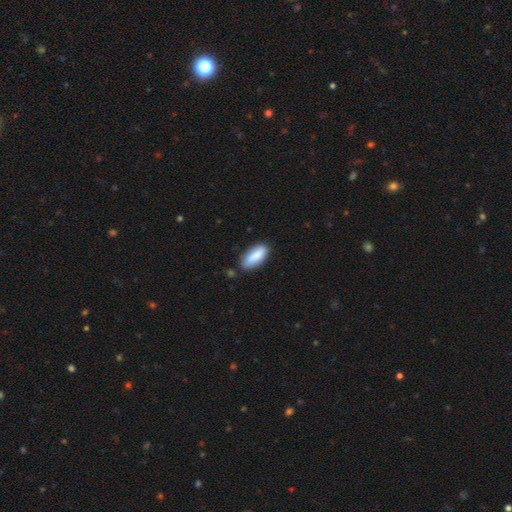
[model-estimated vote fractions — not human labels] Overall: smooth (85%). How rounded: in between (77%). Merging: none (80%).